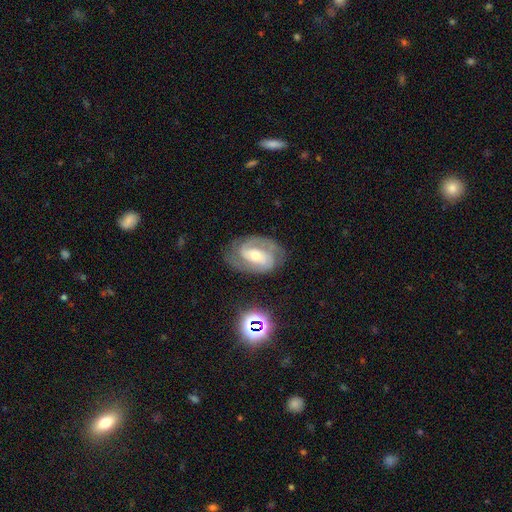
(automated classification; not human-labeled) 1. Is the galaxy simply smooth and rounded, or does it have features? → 85% featured or disk, 9% smooth, 6% star or artifact.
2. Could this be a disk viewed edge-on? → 97% no, 3% yes.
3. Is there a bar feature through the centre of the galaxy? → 40% weak, 31% strong, 28% no.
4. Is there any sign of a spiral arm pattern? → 95% yes, 5% no.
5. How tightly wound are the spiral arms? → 48% tight, 43% medium, 9% loose.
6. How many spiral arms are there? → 78% 2, 8% can't tell, 8% 3, 3% 1, 2% 4, 1% more than 4.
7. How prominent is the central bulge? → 57% moderate, 37% small, 4% large, 1% none, 1% dominant.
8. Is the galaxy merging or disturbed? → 77% none, 15% minor disturbance, 6% major disturbance, 2% merger.